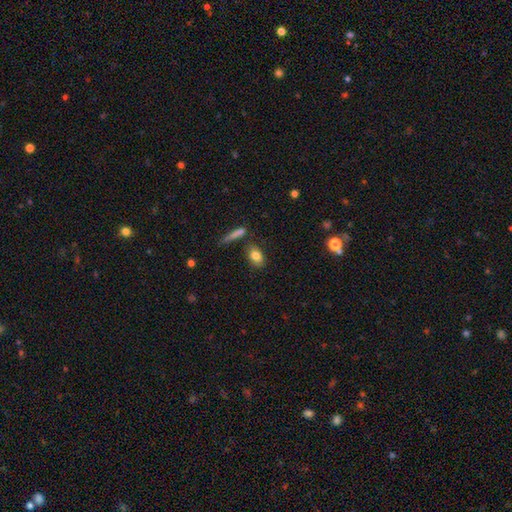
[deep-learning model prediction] Morphology: type=smooth (81%); roundness=in between (80%); merging=none (77%).